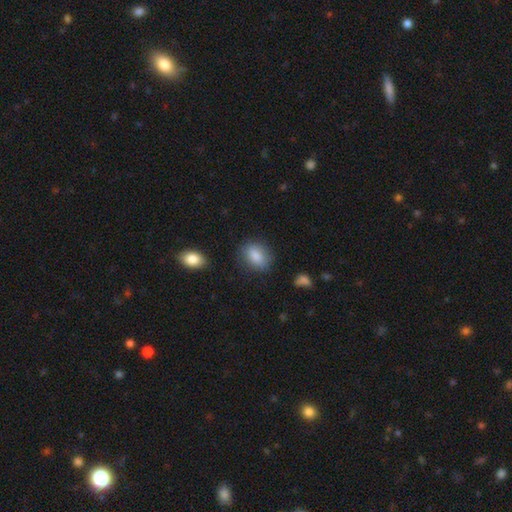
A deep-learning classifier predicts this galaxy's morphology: A smooth galaxy with no disk features (86%) that is in between round and cigar-shaped (72%). Merging: none (81%).